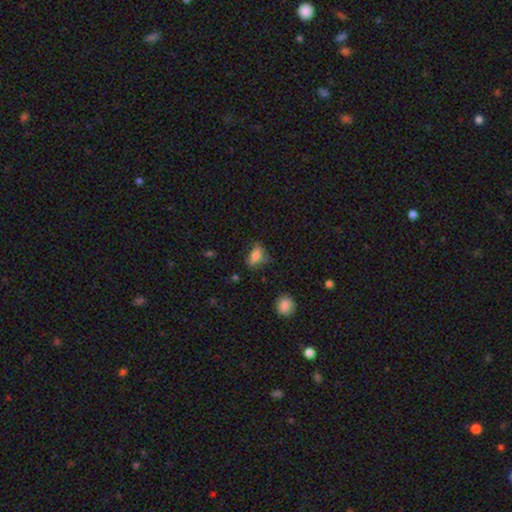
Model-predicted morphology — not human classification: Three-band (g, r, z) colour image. It shows a smooth galaxy with no disk features (74%) that is in between round and cigar-shaped (81%). Merging: none (54%).